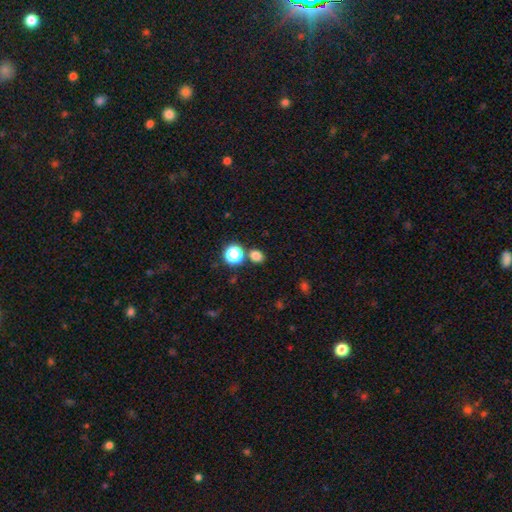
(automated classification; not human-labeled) Smooth or featured? smooth (77%)
How rounded? round (62%)
Merging? none (77%)